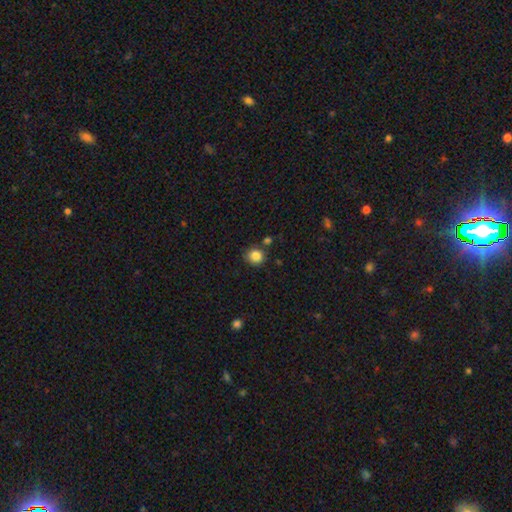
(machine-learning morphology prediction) smooth_or_featured: smooth (p=0.85) [alt: star or artifact p=0.10]
how_rounded: round (p=0.85) [alt: in between p=0.14]
merging: none (p=0.78) [alt: minor disturbance p=0.12]